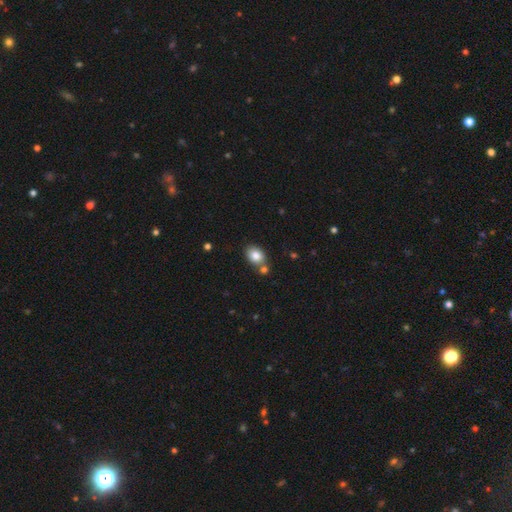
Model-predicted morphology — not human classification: smooth-or-featured: smooth: 84% | star or artifact: 9% | featured or disk: 8%
  how-rounded: in between: 66% | round: 33% | cigar-shaped: 1%
  merging: none: 63% | merger: 21% | minor disturbance: 12% | major disturbance: 3%